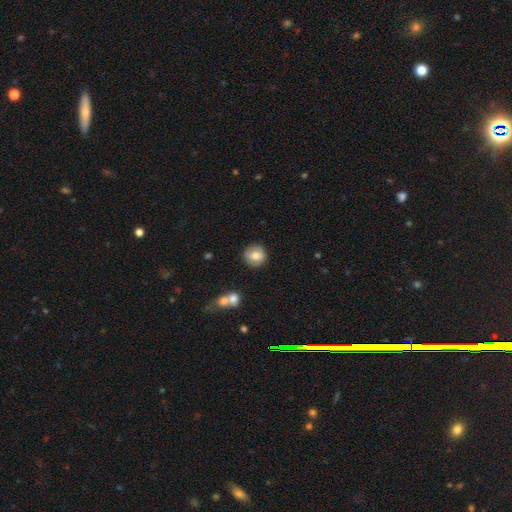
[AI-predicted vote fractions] Smooth or featured: smooth — 79% (featured or disk — 13%)
How rounded: round — 92% (in between — 7%)
Merging: none — 86% (minor disturbance — 9%)